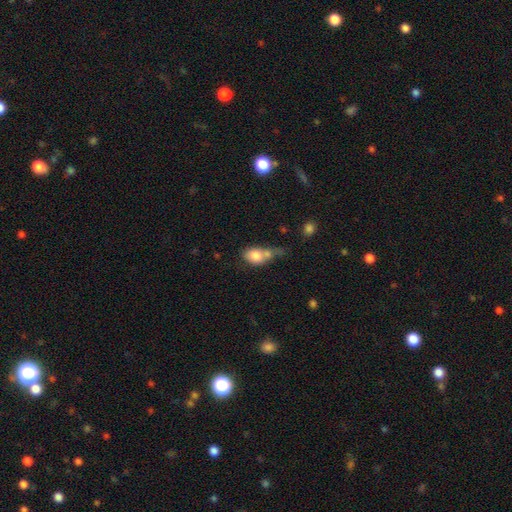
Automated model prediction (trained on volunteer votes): Smooth or featured?
  - smooth: 77% *
  - featured or disk: 15%
  - star or artifact: 8%
How rounded?
  - in between: 70% *
  - round: 27%
  - cigar-shaped: 3%
Merging?
  - merger: 46% *
  - none: 23%
  - minor disturbance: 17%
  - major disturbance: 13%